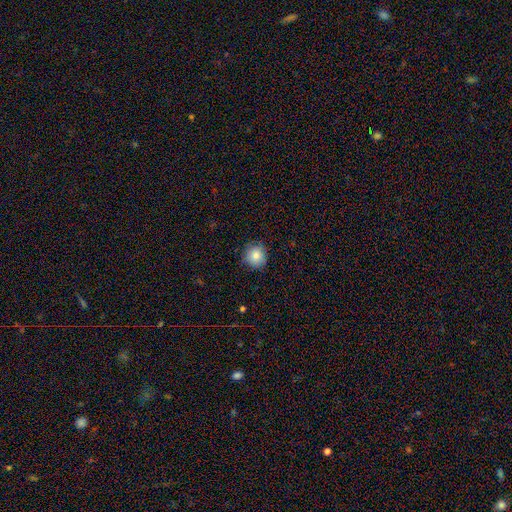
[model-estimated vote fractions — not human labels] The model was most divided on "merging": none: 84%, minor disturbance: 13%, major disturbance: 2%, merger: 1%. More confident: how rounded — round (92%); smooth or featured — smooth (83%).